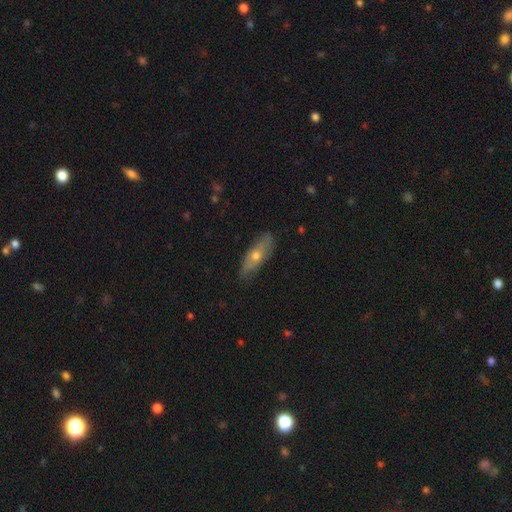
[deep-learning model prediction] Smooth or featured? Predicted: smooth (p=0.50). Merging? Predicted: none (p=0.81).